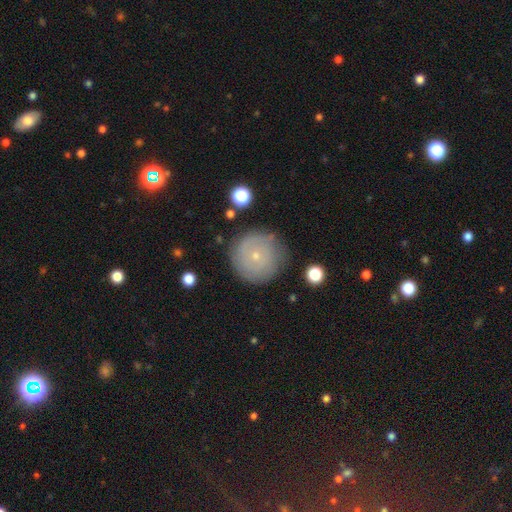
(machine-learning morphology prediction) smooth_or_featured: featured or disk (p=0.50) [alt: smooth p=0.41]
merging: none (p=0.82) [alt: minor disturbance p=0.13]